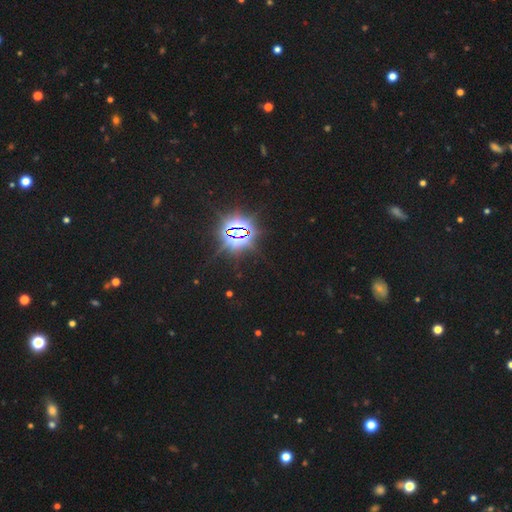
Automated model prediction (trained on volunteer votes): The model was most divided on "smooth or featured": star or artifact: 84%, smooth: 10%, featured or disk: 6%.